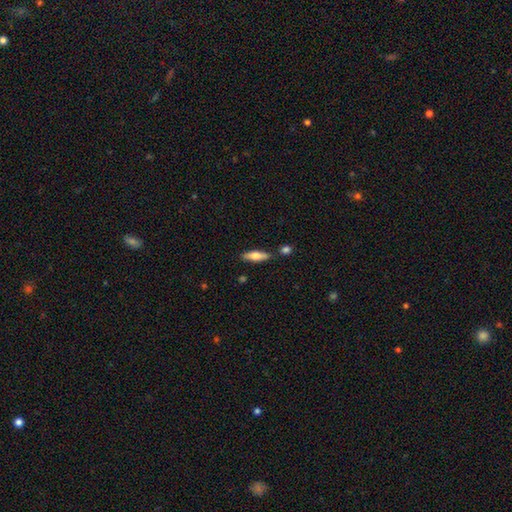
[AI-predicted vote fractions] Morphology: type=smooth (61%); roundness=cigar-shaped (50%); merging=none (78%).